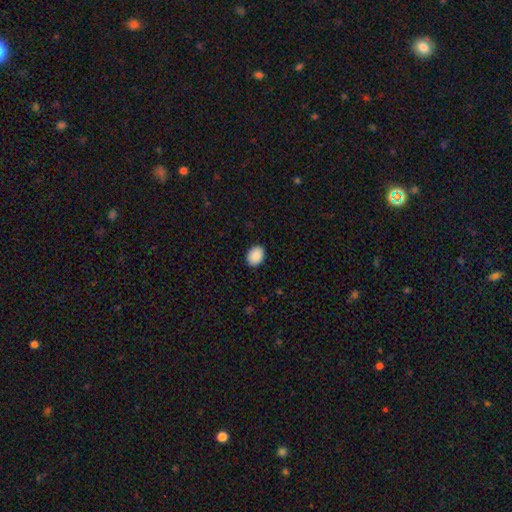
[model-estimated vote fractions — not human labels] Smooth or featured: smooth — 90% (star or artifact — 7%)
How rounded: in between — 58% (round — 42%)
Merging: none — 89% (minor disturbance — 8%)